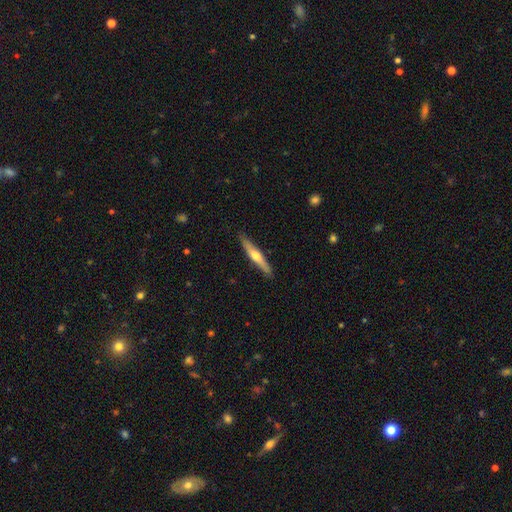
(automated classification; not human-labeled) A featured or disk galaxy (55%) viewed edge-on (95%) with a rounded central bulge (88%).

Vote fractions:
- Smooth or featured? featured or disk: 55% / smooth: 40% / star or artifact: 5%
- Edge-on disk? yes: 95% / no: 5%
- Edge-on bulge? rounded: 88% / none: 8% / boxy: 4%
- Merging? none: 88% / minor disturbance: 9% / major disturbance: 2% / merger: 1%